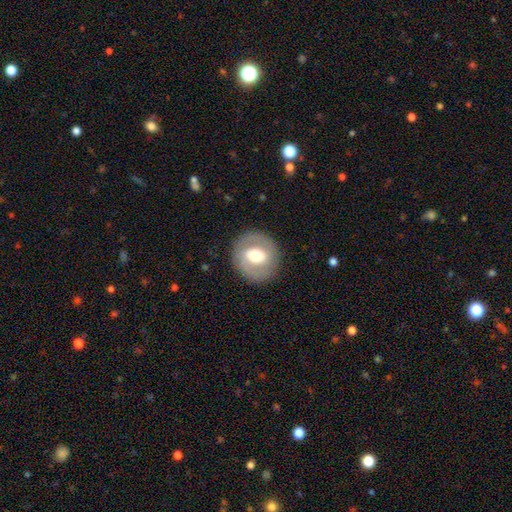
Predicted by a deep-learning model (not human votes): A featured or disk galaxy (48%). Merging: none (86%).